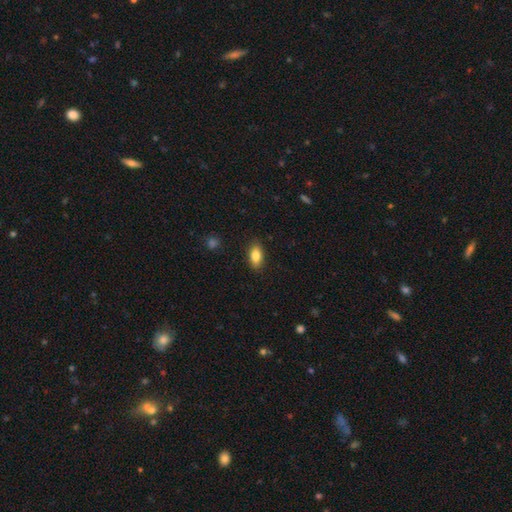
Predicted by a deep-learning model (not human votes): This appears to be a smooth galaxy with no disk features (84%) that is in between round and cigar-shaped (89%). Merging: none (87%).